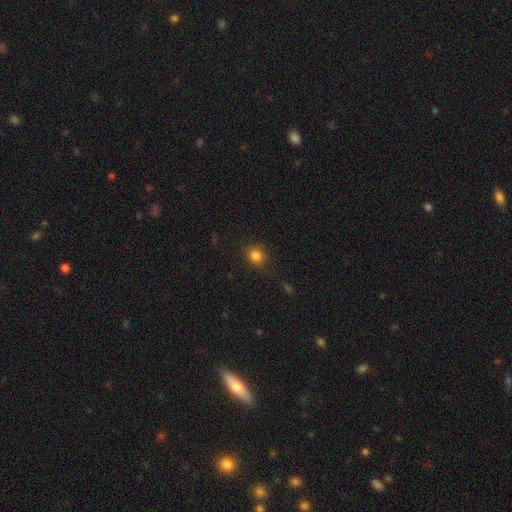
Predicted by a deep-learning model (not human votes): Smooth or featured? smooth (83%)
How rounded? round (85%)
Merging? none (87%)